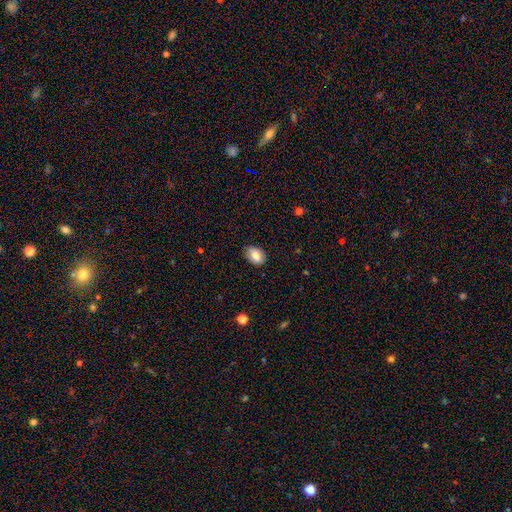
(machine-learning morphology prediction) Smooth or featured: smooth — 80% (featured or disk — 12%)
How rounded: in between — 80% (round — 19%)
Merging: none — 85% (minor disturbance — 11%)